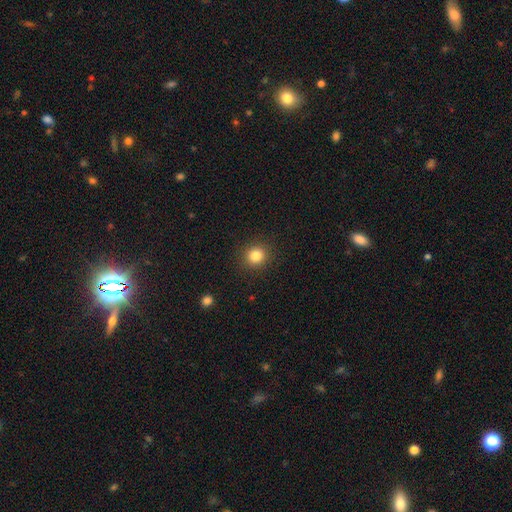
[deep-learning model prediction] smooth-or-featured: smooth: 83% | star or artifact: 12% | featured or disk: 5%
  how-rounded: round: 88% | in between: 11% | cigar-shaped: 1%
  merging: none: 91% | minor disturbance: 6% | major disturbance: 2% | merger: 1%